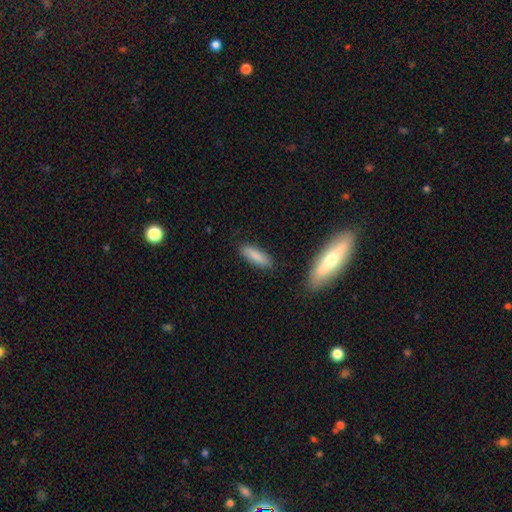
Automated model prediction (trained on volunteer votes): smooth_or_featured: smooth (p=0.85) [alt: featured or disk p=0.08]
how_rounded: cigar-shaped (p=0.52) [alt: in between p=0.46]
merging: none (p=0.85) [alt: minor disturbance p=0.11]